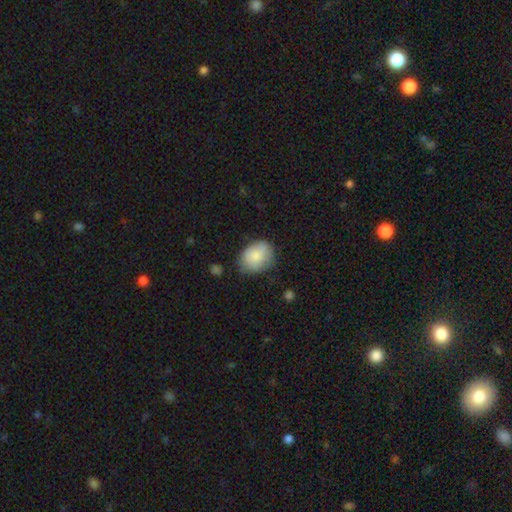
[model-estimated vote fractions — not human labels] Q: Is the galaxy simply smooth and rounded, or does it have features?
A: smooth — 82%.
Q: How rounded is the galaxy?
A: in between — 62%.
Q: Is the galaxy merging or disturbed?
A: none — 65%.